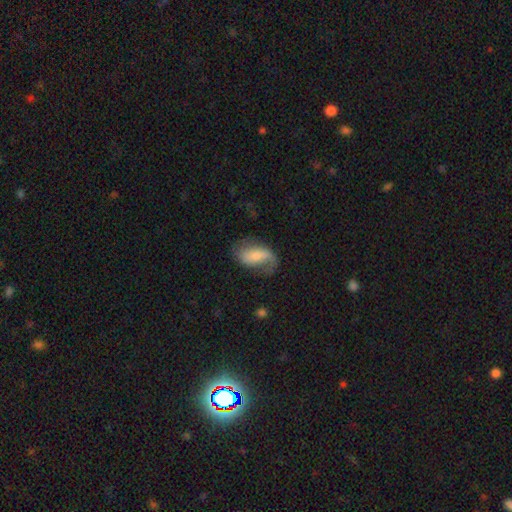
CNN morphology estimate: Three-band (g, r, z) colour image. It shows a featured or disk galaxy (56%) with no bar (41%), spiral arms (86%) and a small central bulge (39%). Merging: none (51%).